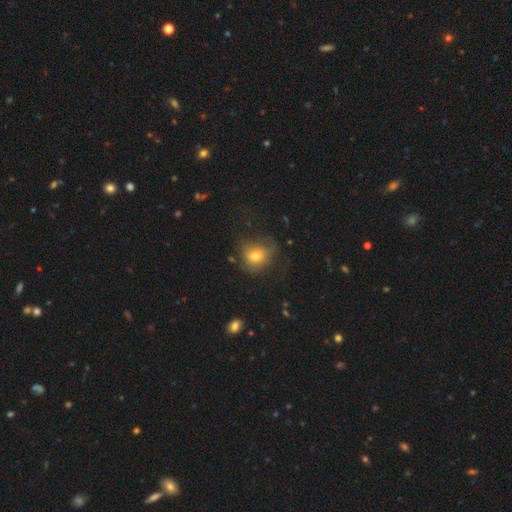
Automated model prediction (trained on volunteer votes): Q: Smooth or featured?
A: smooth (74%); runner-up: featured or disk (14%)
Q: How rounded?
A: round (74%); runner-up: in between (25%)
Q: Merging?
A: none (60%); runner-up: minor disturbance (24%)